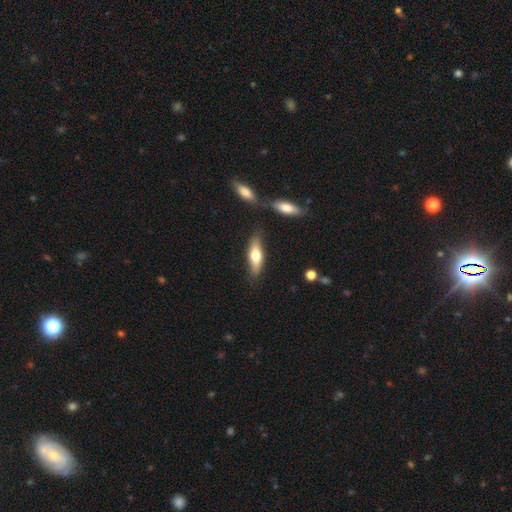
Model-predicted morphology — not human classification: smooth_or_featured: smooth (p=0.58) [alt: featured or disk p=0.36]
how_rounded: cigar-shaped (p=0.51) [alt: in between p=0.46]
merging: none (p=0.76) [alt: minor disturbance p=0.14]